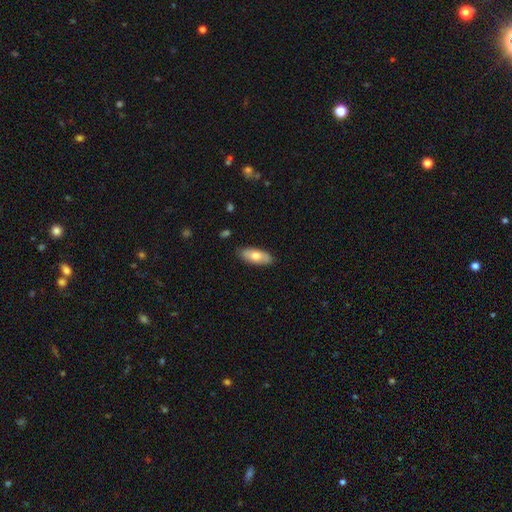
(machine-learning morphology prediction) Overall: smooth (69%). How rounded: in between (82%). Merging: none (86%).